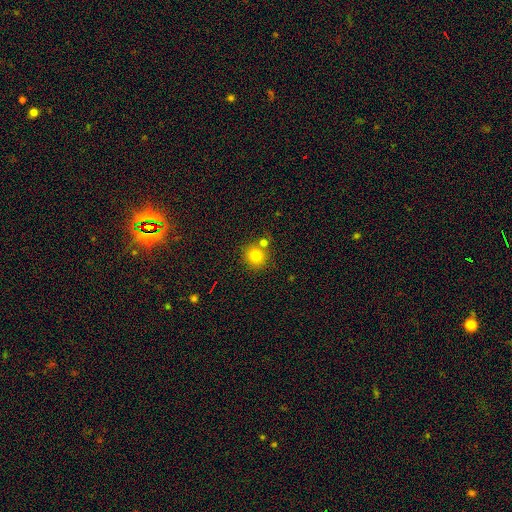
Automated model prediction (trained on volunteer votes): A smooth galaxy with no disk features (80%) that is round (90%).

Vote fractions:
- Smooth or featured? smooth: 80% / star or artifact: 13% / featured or disk: 7%
- How rounded? round: 90% / in between: 9% / cigar-shaped: 1%
- Merging? none: 71% / merger: 17% / minor disturbance: 9% / major disturbance: 3%